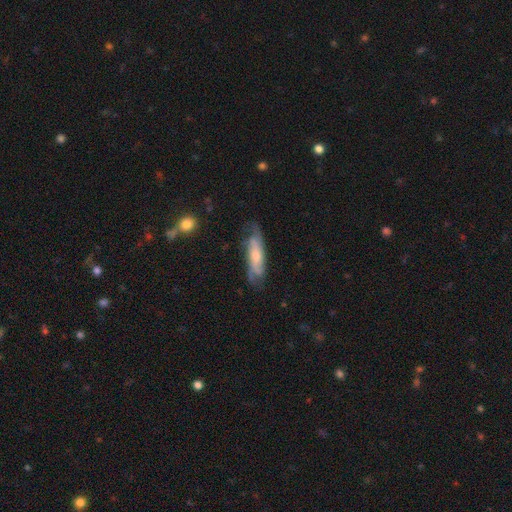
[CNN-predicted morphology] type=featured or disk (62%); edge-on=no (73%); merging=none (65%).